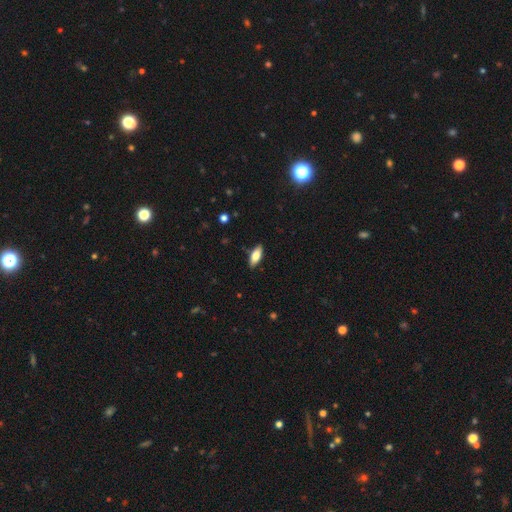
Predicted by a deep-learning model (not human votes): This appears to be a smooth galaxy with no disk features (73%) that is in between round and cigar-shaped (78%). Merging: none (87%).